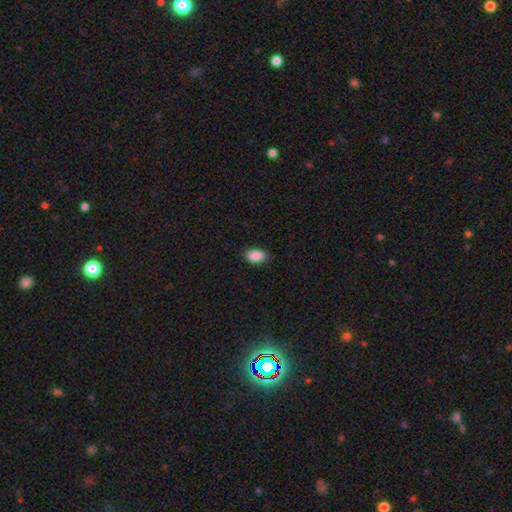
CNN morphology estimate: Smooth or featured? smooth (89%)
How rounded? in between (90%)
Merging? none (84%)